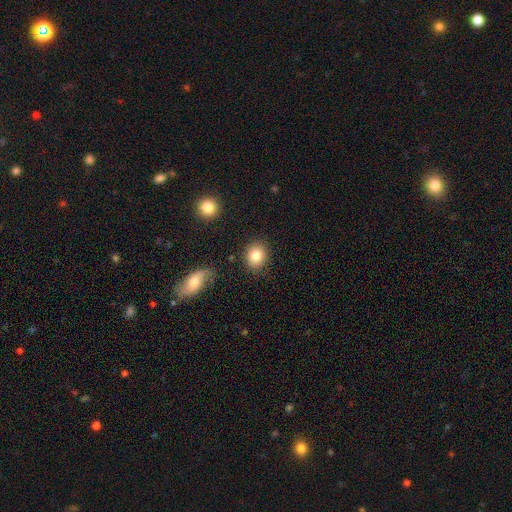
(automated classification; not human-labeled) smooth_or_featured: smooth (p=0.83) [alt: star or artifact p=0.09]
how_rounded: round (p=0.69) [alt: in between p=0.30]
merging: none (p=0.85) [alt: minor disturbance p=0.10]